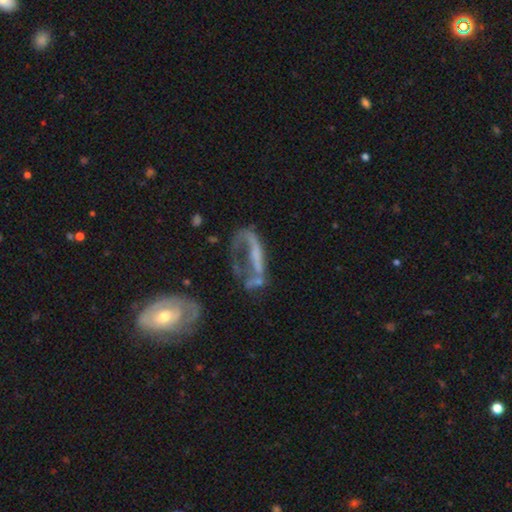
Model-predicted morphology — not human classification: This appears to be a featured or disk galaxy (63%) with no bar (57%), no spiral arms (57%) and no central bulge (55%). Merging: major disturbance (45%).